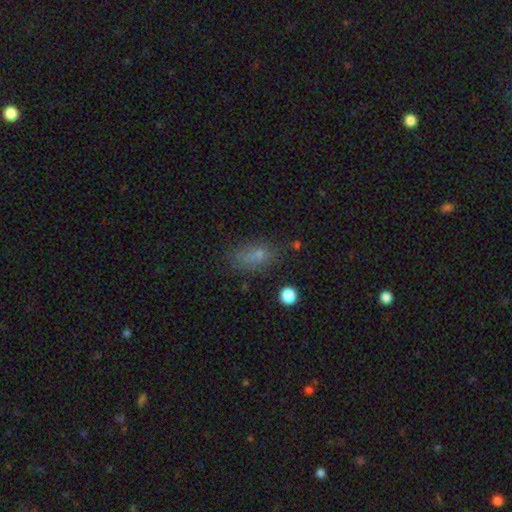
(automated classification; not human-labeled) smooth 69%, star or artifact 17%, featured or disk 13%. Down the decision tree: how rounded — in between (82%); merging — none (58%).